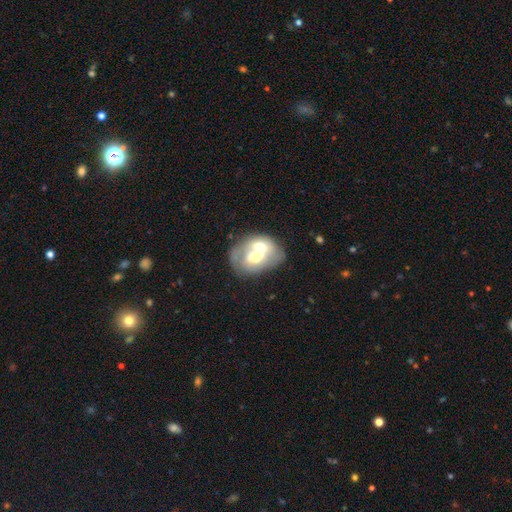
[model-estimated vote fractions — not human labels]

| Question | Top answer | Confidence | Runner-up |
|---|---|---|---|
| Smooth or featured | featured or disk | 47% | smooth (46%) |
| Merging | merger | 64% | none (18%) |